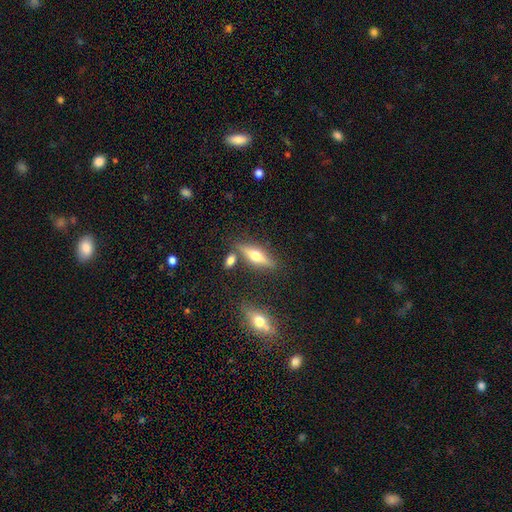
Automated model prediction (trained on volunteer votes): Overall: featured or disk (59%; smooth 34%). Edge-on disk: yes (93%). Edge-on bulge: rounded (95%). Merging: none (77%).